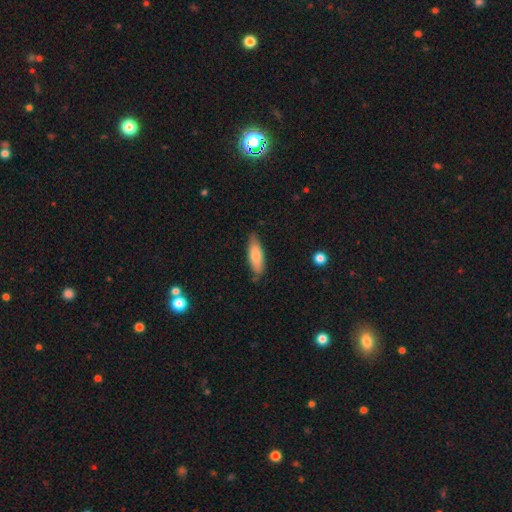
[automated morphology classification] Smooth or featured? smooth (79%)
How rounded? in between (56%)
Merging? none (79%)